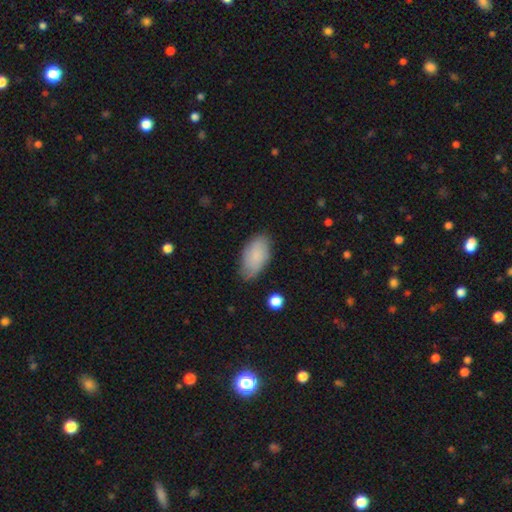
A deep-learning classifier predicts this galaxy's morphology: A smooth galaxy with no disk features (82%) that is in between round and cigar-shaped (94%).

Vote fractions:
- Smooth or featured? smooth: 82% / featured or disk: 12% / star or artifact: 6%
- How rounded? in between: 94% / cigar-shaped: 3% / round: 3%
- Merging? none: 76% / minor disturbance: 19% / major disturbance: 4% / merger: 1%